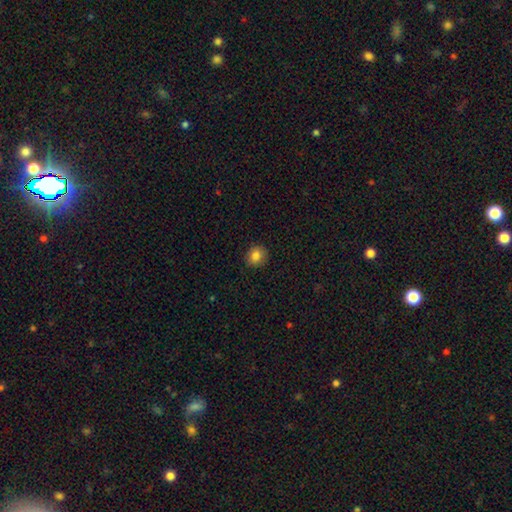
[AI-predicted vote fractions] A smooth galaxy with no disk features (84%) that is round (78%).

Vote fractions:
- Smooth or featured? smooth: 84% / star or artifact: 10% / featured or disk: 6%
- How rounded? round: 78% / in between: 21% / cigar-shaped: 1%
- Merging? none: 89% / minor disturbance: 8% / major disturbance: 2% / merger: 1%